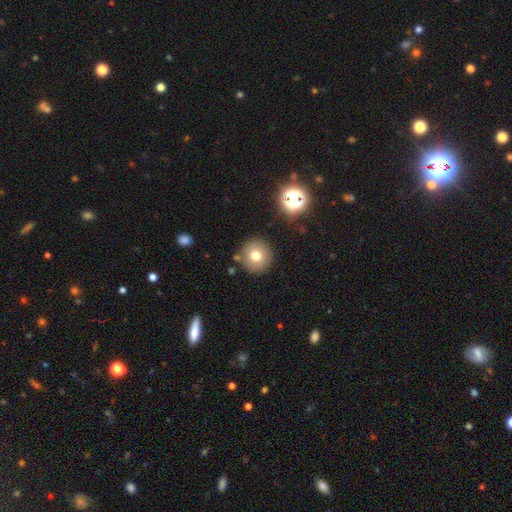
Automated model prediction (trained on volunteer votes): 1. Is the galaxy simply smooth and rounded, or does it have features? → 74% smooth, 13% star or artifact, 13% featured or disk.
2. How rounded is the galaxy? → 94% round, 5% in between, 1% cigar-shaped.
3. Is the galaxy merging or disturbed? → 86% none, 8% minor disturbance, 4% merger, 3% major disturbance.